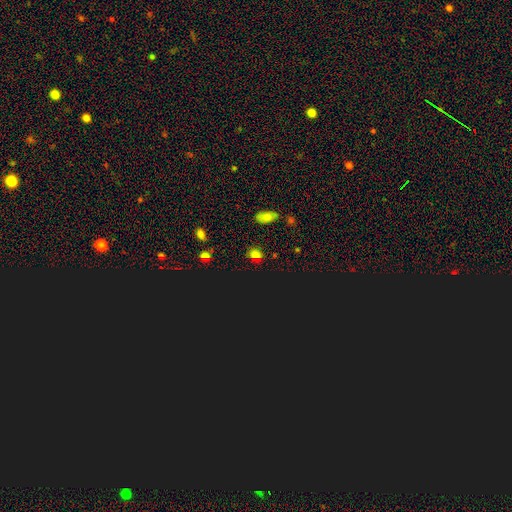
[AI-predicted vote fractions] Morphology: type=star or artifact (49%).